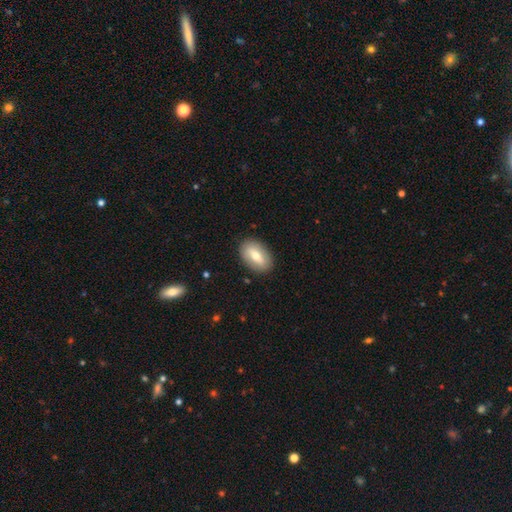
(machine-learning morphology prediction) Smooth or featured? smooth (62%)
How rounded? in between (90%)
Merging? none (86%)